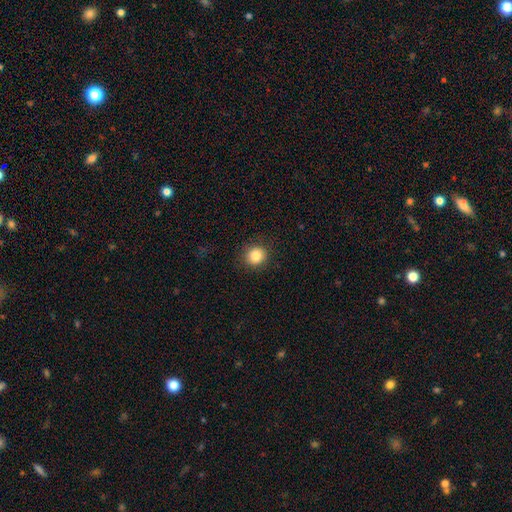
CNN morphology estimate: Q: Smooth or featured?
A: smooth (85%); runner-up: star or artifact (10%)
Q: How rounded?
A: round (88%); runner-up: in between (11%)
Q: Merging?
A: none (90%); runner-up: minor disturbance (7%)